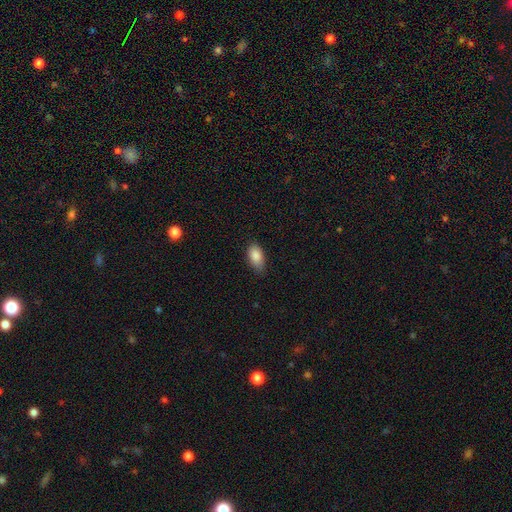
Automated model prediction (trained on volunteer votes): Smooth or featured? Predicted: smooth (p=0.87). How rounded? Predicted: in between (p=0.92). Merging? Predicted: none (p=0.78).